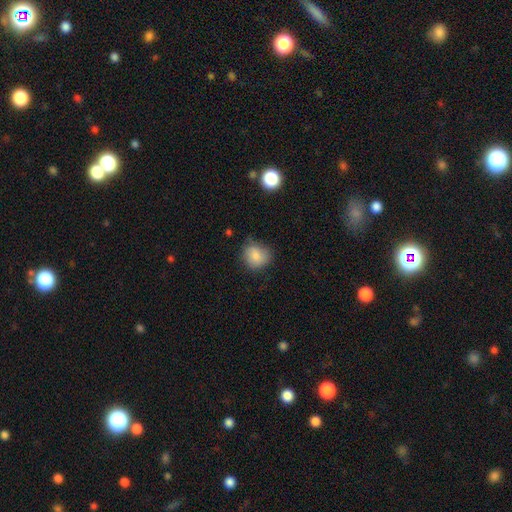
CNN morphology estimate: Overall: smooth (83%). How rounded: round (77%). Merging: none (68%).